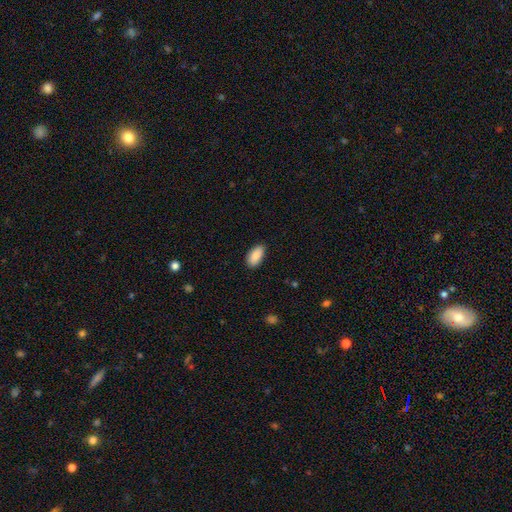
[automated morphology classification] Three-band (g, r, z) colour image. It shows a smooth galaxy with no disk features (88%) that is in between round and cigar-shaped (93%). Merging: none (86%).